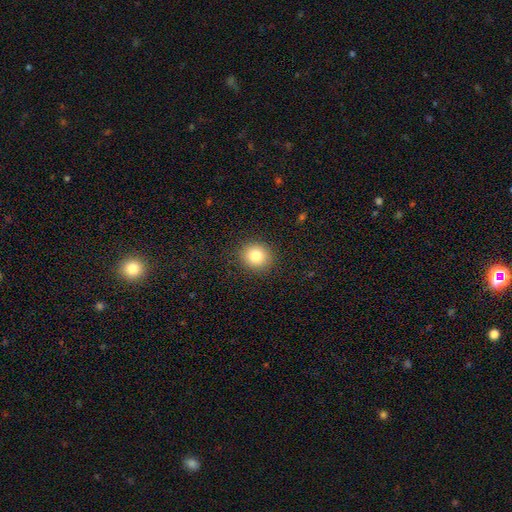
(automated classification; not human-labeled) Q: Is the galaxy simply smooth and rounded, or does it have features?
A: smooth — 82%.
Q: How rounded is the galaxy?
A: round — 82%.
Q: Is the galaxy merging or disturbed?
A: none — 90%.